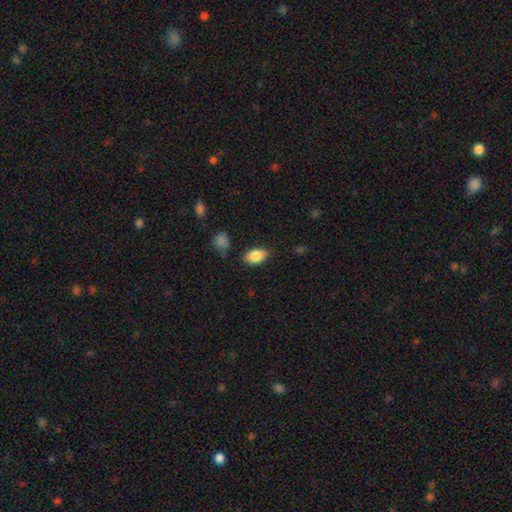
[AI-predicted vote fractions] Smooth or featured? Predicted: smooth (p=0.86). How rounded? Predicted: in between (p=0.90). Merging? Predicted: none (p=0.81).